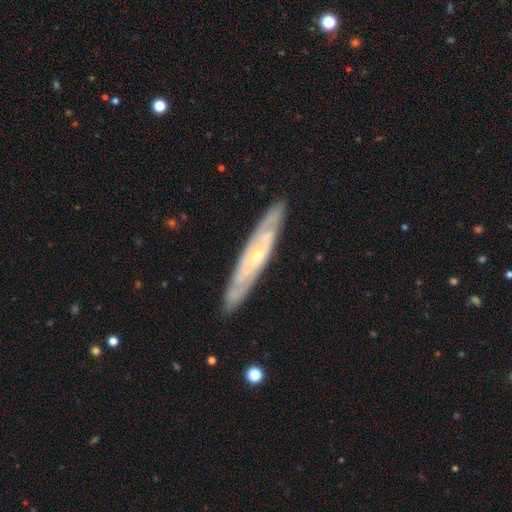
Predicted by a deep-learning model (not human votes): smooth_or_featured: featured or disk (p=0.77) [alt: smooth p=0.18]
disk_edge_on: yes (p=0.50) [tied with: no p=0.50]
merging: none (p=0.86) [alt: minor disturbance p=0.11]